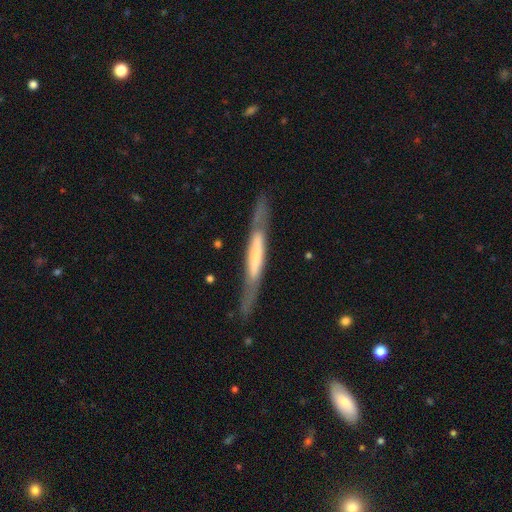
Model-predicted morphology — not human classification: The model was most divided on "smooth or featured": featured or disk: 60%, smooth: 34%, star or artifact: 6%. More confident: edge-on disk — yes (82%); merging — none (77%).